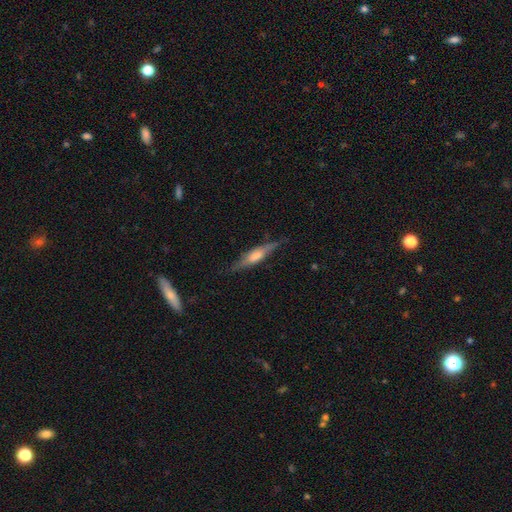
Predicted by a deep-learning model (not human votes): The model was most divided on "edge-on bulge": rounded: 68%, boxy: 24%, none: 8%. More confident: edge-on disk — yes (93%); merging — none (78%); smooth or featured — featured or disk (70%).